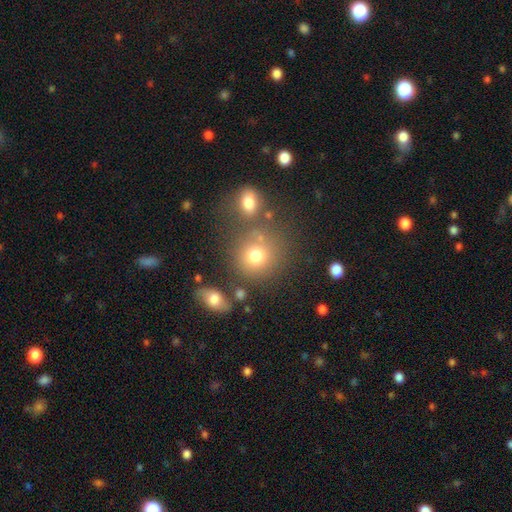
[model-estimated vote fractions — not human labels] Smooth or featured? smooth (76%)
How rounded? round (84%)
Merging? none (67%)